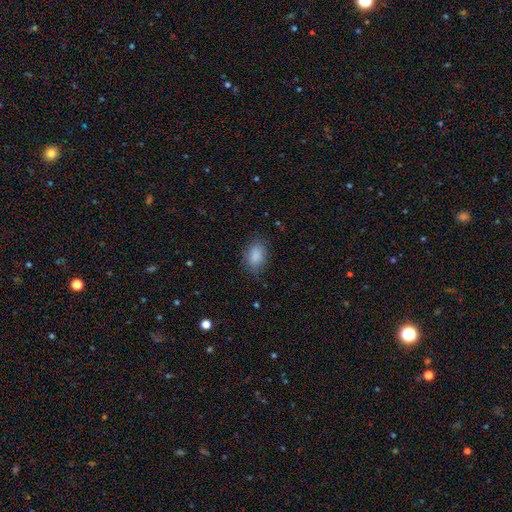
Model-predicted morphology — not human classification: This is clearly a smooth galaxy (87%). How rounded: clearly in between (83%). Merging: likely none (77%).